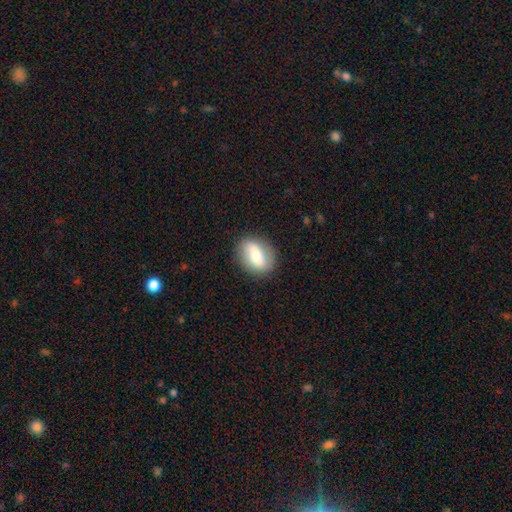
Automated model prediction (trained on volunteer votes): Smooth or featured: smooth — 62% (featured or disk — 31%)
How rounded: in between — 69% (round — 27%)
Merging: none — 83% (minor disturbance — 12%)